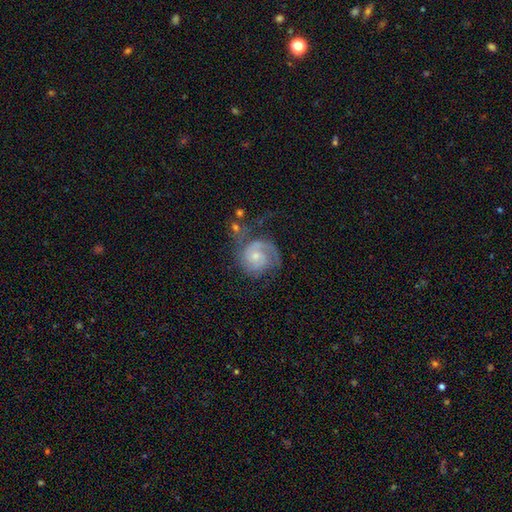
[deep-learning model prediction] The model was most divided on "spiral winding": tight: 51%, medium: 36%, loose: 13%. More confident: edge-on disk — no (98%); spiral arms — yes (95%); smooth or featured — featured or disk (81%); bar — no (68%); bulge size — small (57%); spiral arm count — 2 (52%); merging — none (52%).